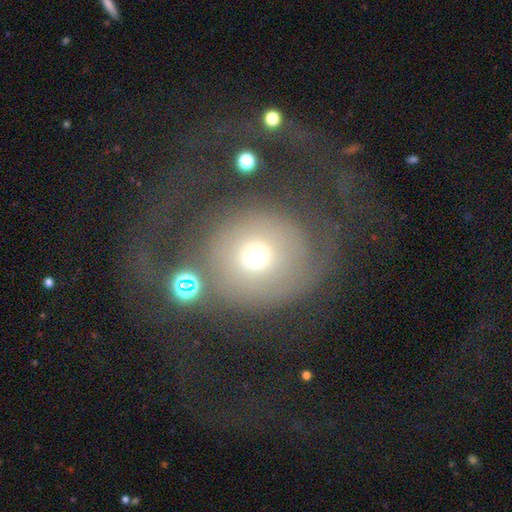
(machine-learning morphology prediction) The model was most divided on "merging": none: 42%, major disturbance: 36%, minor disturbance: 16%, merger: 7%. More confident: how rounded — round (89%); smooth or featured — smooth (54%).